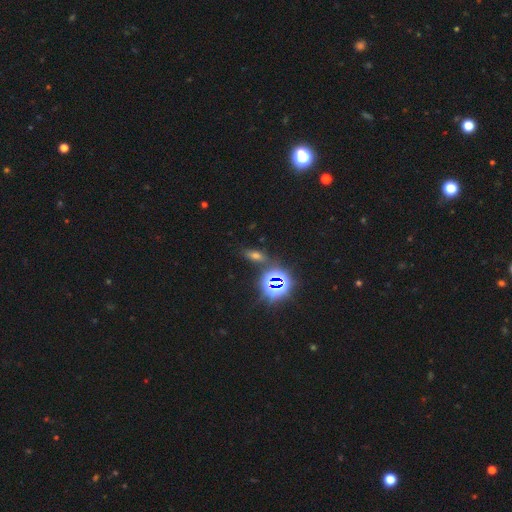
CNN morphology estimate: Overall: smooth (45%; star or artifact 42%). Merging: none (78%).